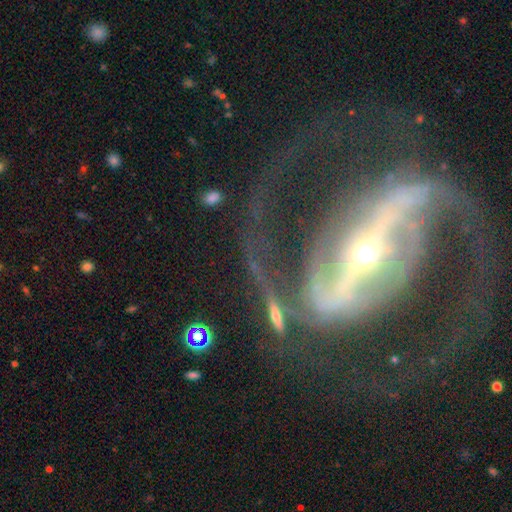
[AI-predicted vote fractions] Smooth or featured? featured or disk (89%)
Edge-on disk? no (92%)
Bar? strong (80%)
Spiral arms? yes (89%)
Spiral winding? medium (45%)
Spiral arm count? 2 (84%)
Bulge size? small (57%)
Merging? none (52%)